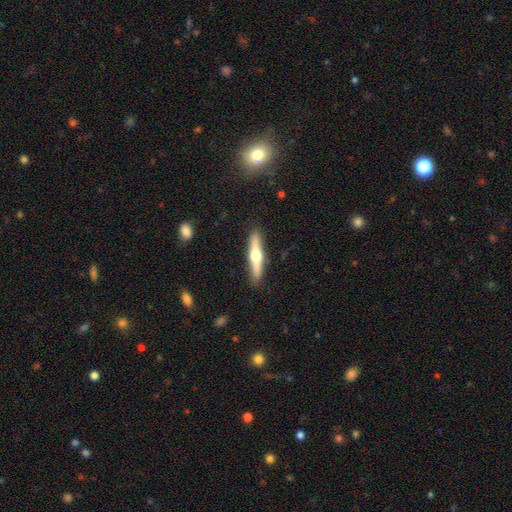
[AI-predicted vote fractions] The model was most divided on "smooth or featured": featured or disk: 54%, smooth: 41%, star or artifact: 5%. More confident: edge-on disk — yes (94%); edge-on bulge — rounded (93%); merging — none (89%).